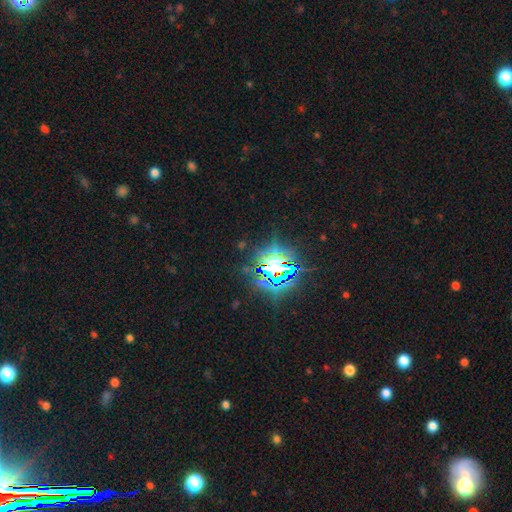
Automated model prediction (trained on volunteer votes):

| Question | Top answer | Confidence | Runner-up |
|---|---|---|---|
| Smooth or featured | star or artifact | 82% | smooth (10%) |